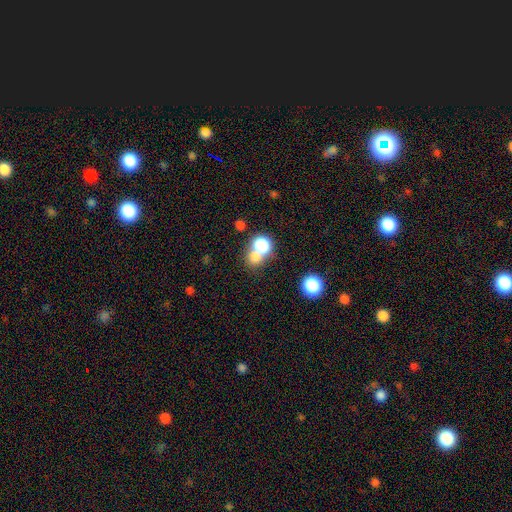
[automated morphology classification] Overall: smooth (73%). How rounded: round (70%). Merging: merger (56%; none 33%).